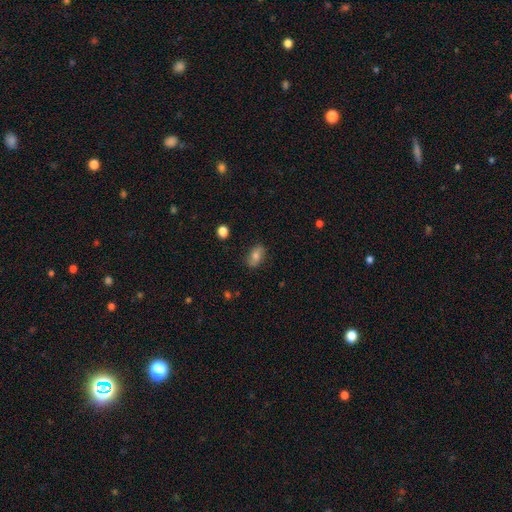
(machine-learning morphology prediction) A smooth galaxy with no disk features (73%) that is in between round and cigar-shaped (87%). Merging: none (82%).